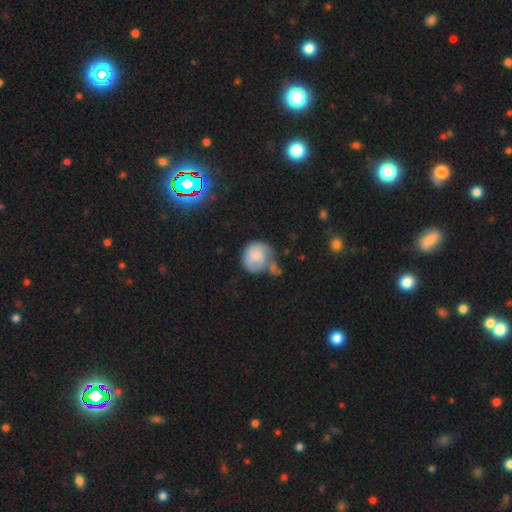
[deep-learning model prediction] This appears to be a smooth galaxy with no disk features (61%) that is round (79%). Merging: none (32%).